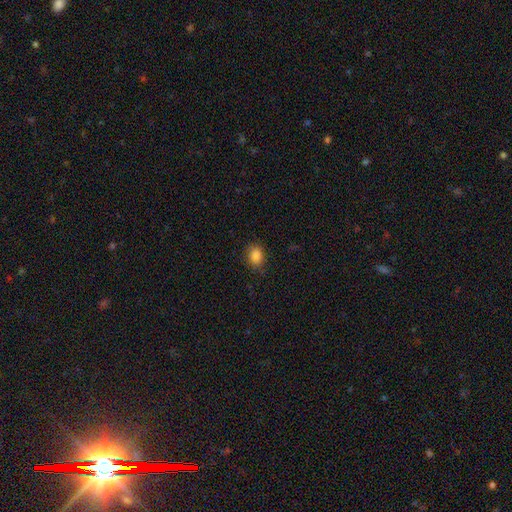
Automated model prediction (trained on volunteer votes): Morphology: type=smooth (87%); roundness=in between (61%); merging=none (83%).